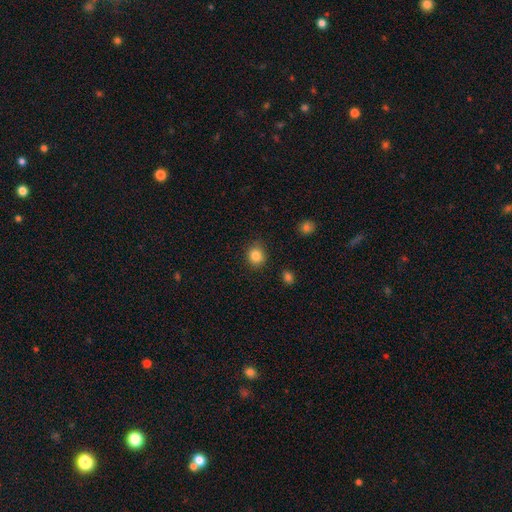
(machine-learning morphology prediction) Smooth or featured? Predicted: smooth (p=0.85). How rounded? Predicted: round (p=0.79). Merging? Predicted: none (p=0.85).